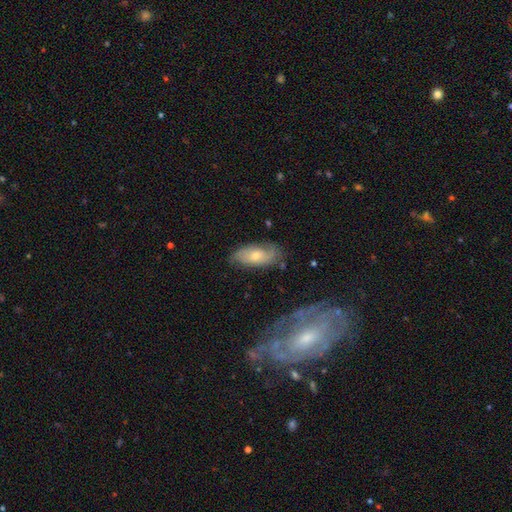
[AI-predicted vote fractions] Smooth or featured?
  - smooth: 49% *
  - featured or disk: 44%
  - star or artifact: 7%
Merging?
  - none: 67% *
  - minor disturbance: 23%
  - major disturbance: 7%
  - merger: 2%